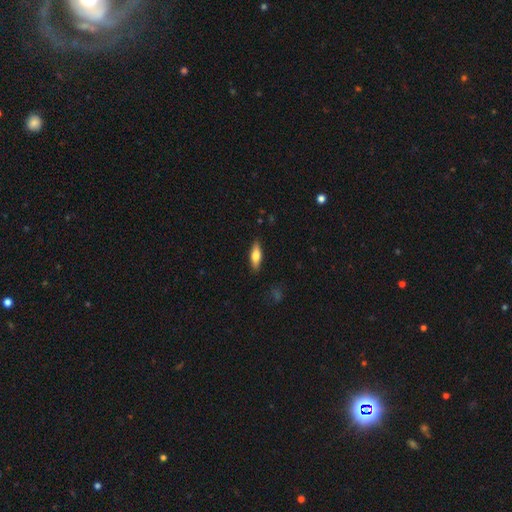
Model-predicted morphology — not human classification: Overall: smooth (64%; featured or disk 30%). How rounded: in between (51%; cigar-shaped 46%). Merging: none (88%).